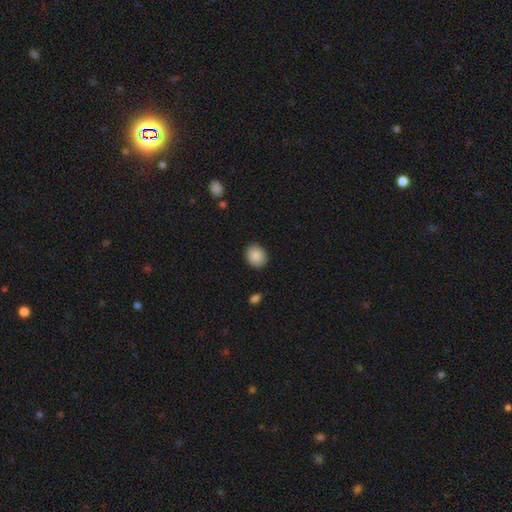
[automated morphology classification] This appears to be a smooth galaxy with no disk features (88%) that is round (64%). Merging: none (89%).